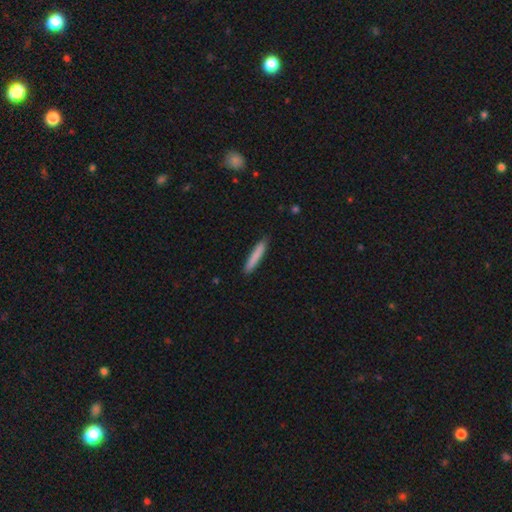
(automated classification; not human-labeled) Smooth or featured: smooth — 82% (featured or disk — 12%)
How rounded: cigar-shaped — 94% (in between — 5%)
Merging: none — 89% (minor disturbance — 8%)